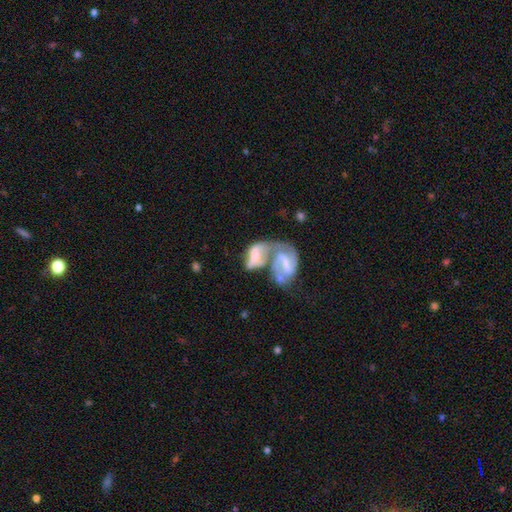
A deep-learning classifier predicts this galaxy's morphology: smooth_or_featured: featured or disk (p=0.64) [alt: smooth p=0.28]
disk_edge_on: no (p=0.97) [alt: yes p=0.03]
bar: weak (p=0.37) [alt: no p=0.35]
has_spiral_arms: yes (p=0.71) [alt: no p=0.29]
bulge_size: none (p=0.37) [alt: small p=0.31]
merging: merger (p=0.75) [alt: major disturbance p=0.11]